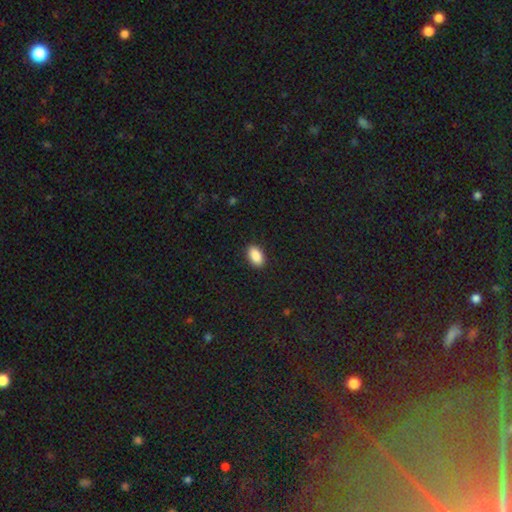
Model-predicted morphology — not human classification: Smooth or featured?
  - smooth: 90% *
  - star or artifact: 7%
  - featured or disk: 3%
How rounded?
  - in between: 93% *
  - round: 5%
  - cigar-shaped: 2%
Merging?
  - none: 90% *
  - minor disturbance: 7%
  - major disturbance: 2%
  - merger: 1%